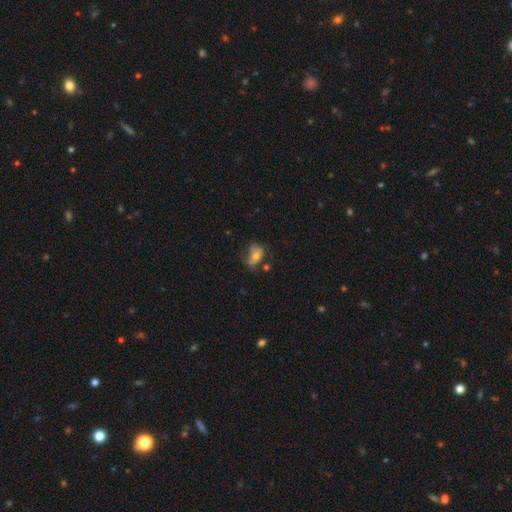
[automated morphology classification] This appears to be a smooth galaxy with no disk features (55%) that is in between round and cigar-shaped (72%). Merging: none (35%).